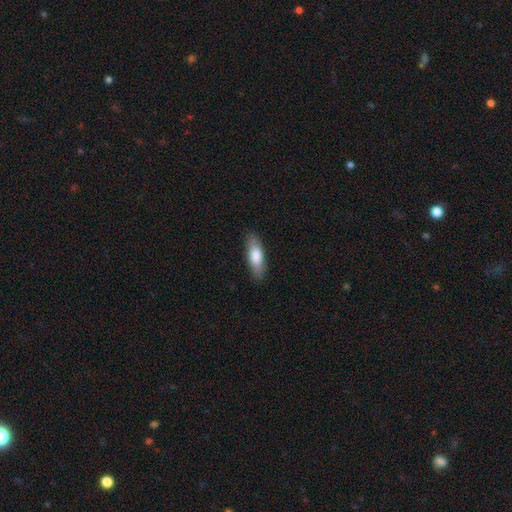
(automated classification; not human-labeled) Smooth or featured: smooth — 76% (featured or disk — 18%)
How rounded: in between — 54% (cigar-shaped — 44%)
Merging: none — 85% (minor disturbance — 11%)